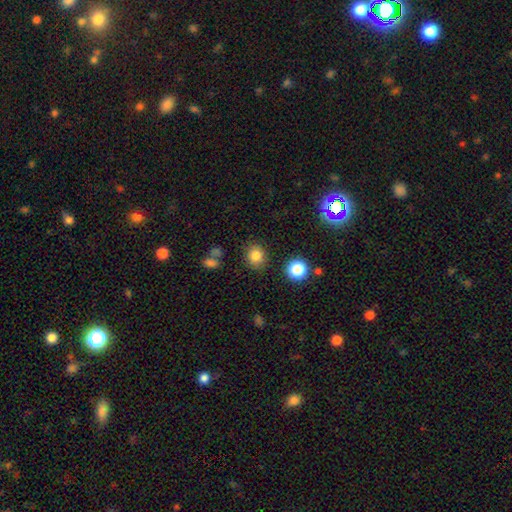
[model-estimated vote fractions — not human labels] A smooth galaxy with no disk features (81%) that is round (82%). Merging: none (84%).